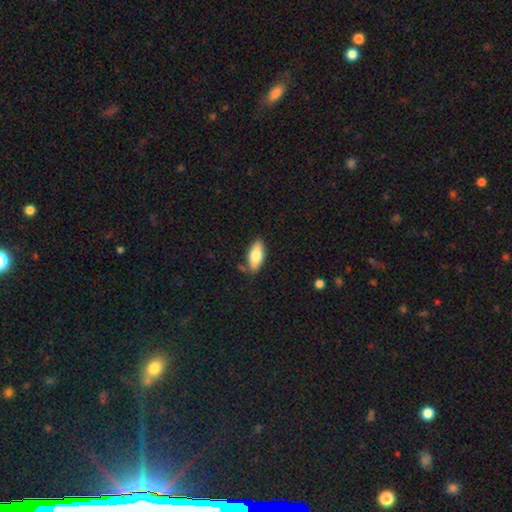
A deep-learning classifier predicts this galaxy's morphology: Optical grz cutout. It shows a smooth galaxy with no disk features (73%) that is in between round and cigar-shaped (81%). Merging: none (81%).